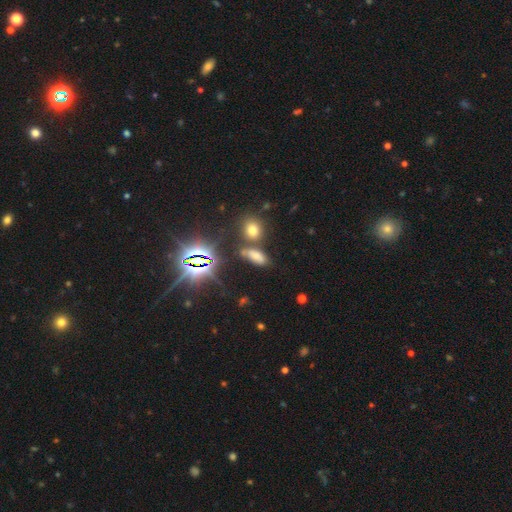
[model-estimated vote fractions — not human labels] This is possibly a smooth galaxy (54%). How rounded: likely in between (75%). Merging: likely none (60%).